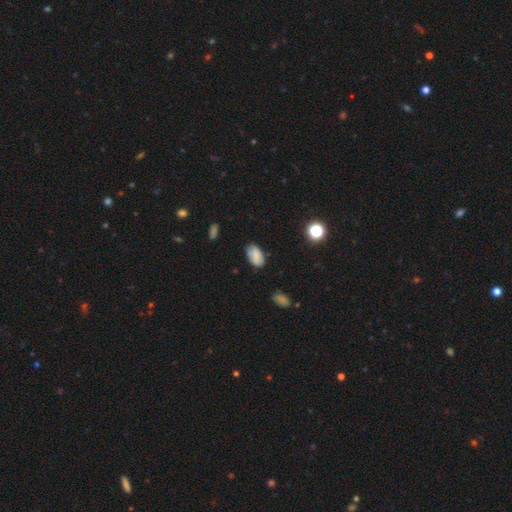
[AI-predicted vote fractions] Smooth or featured: smooth — 72% (featured or disk — 17%)
How rounded: in between — 92% (round — 6%)
Merging: none — 73% (minor disturbance — 21%)